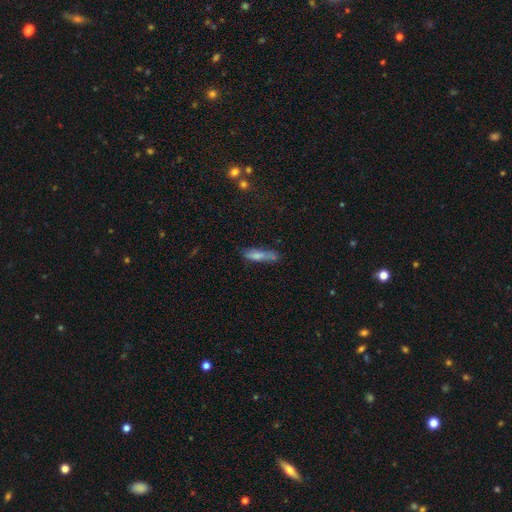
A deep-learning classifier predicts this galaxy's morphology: type=smooth (51%); roundness=cigar-shaped (74%); merging=none (63%).